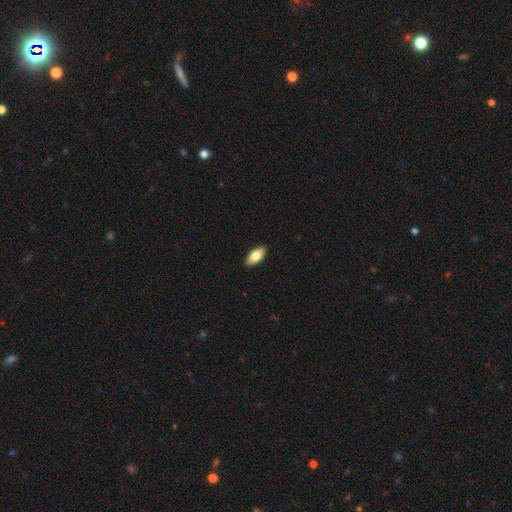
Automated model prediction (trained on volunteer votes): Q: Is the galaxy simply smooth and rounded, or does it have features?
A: smooth — 80%.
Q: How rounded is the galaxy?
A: in between — 89%.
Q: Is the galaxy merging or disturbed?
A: none — 90%.